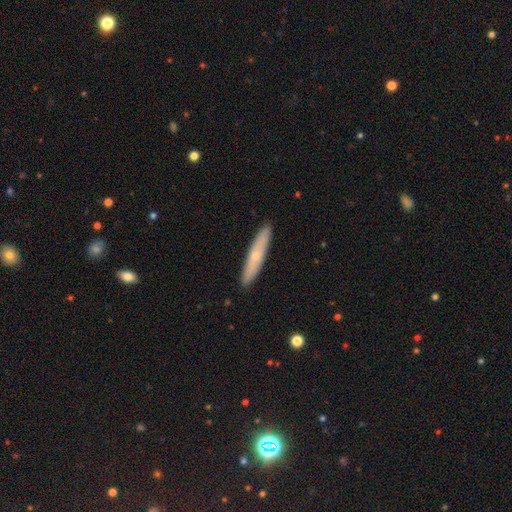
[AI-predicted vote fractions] smooth-or-featured: smooth: 54% | featured or disk: 40% | star or artifact: 6%
  how-rounded: cigar-shaped: 91% | in between: 7% | round: 1%
  merging: none: 91% | minor disturbance: 7% | major disturbance: 1% | merger: 1%